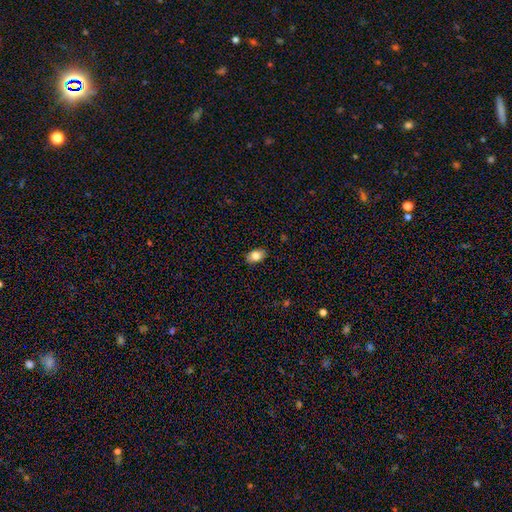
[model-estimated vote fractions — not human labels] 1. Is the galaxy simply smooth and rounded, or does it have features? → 83% smooth, 9% featured or disk, 8% star or artifact.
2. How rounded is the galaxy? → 85% in between, 13% round, 2% cigar-shaped.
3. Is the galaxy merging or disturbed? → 87% none, 10% minor disturbance, 2% major disturbance, 1% merger.